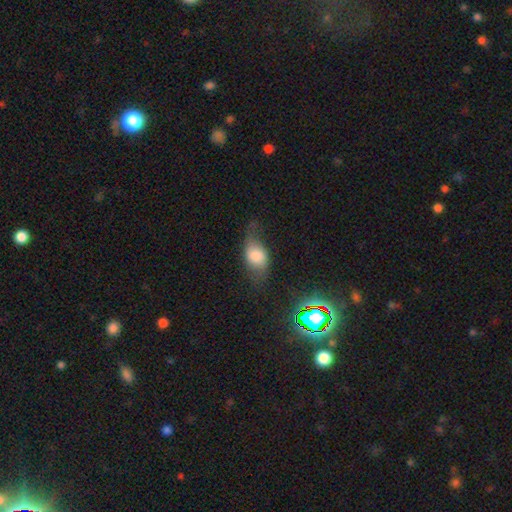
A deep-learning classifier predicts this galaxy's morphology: Overall: smooth (65%; featured or disk 25%). How rounded: in between (80%). Merging: none (48%; minor disturbance 30%).